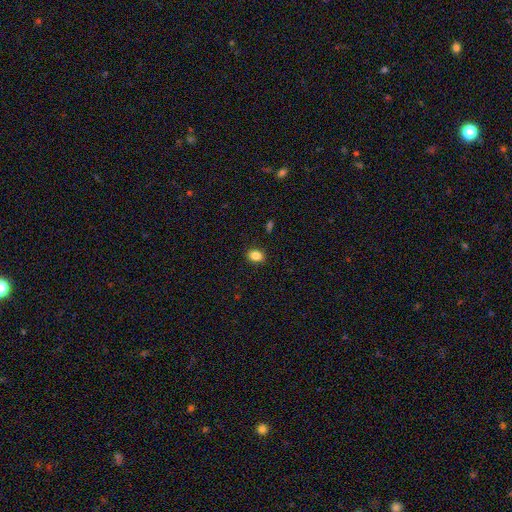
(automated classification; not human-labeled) smooth-or-featured: smooth: 85% | star or artifact: 10% | featured or disk: 5%
  how-rounded: in between: 60% | round: 38% | cigar-shaped: 1%
  merging: none: 89% | minor disturbance: 8% | major disturbance: 2% | merger: 1%